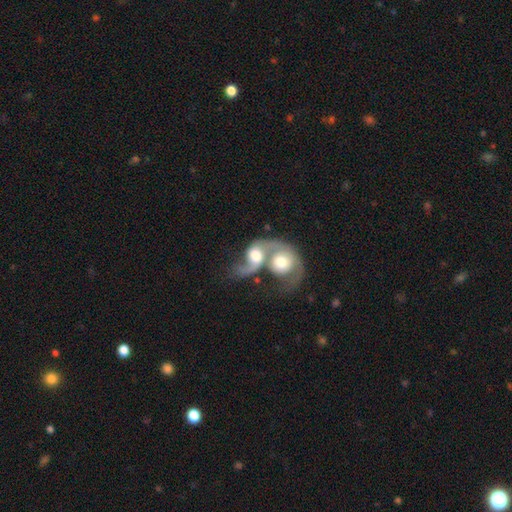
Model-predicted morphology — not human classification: Smooth or featured? Predicted: featured or disk (p=0.70). Edge-on disk? Predicted: no (p=0.96). Bar? Predicted: no (p=0.70). Spiral arms? Predicted: yes (p=0.82). Spiral winding? Predicted: loose (p=0.67). Spiral arm count? Predicted: 2 (p=0.70). Bulge size? Predicted: moderate (p=0.51). Merging? Predicted: merger (p=0.83).